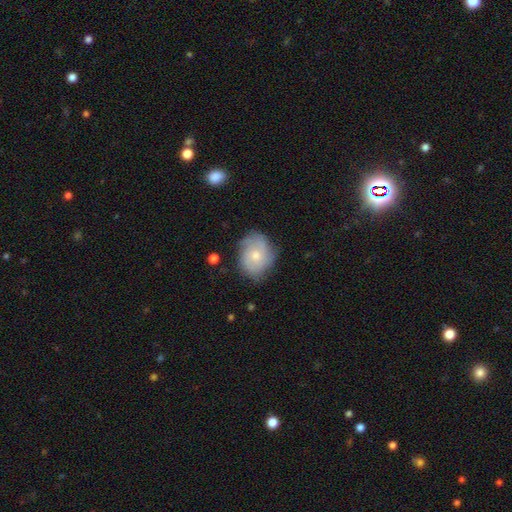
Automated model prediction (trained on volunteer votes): featured or disk 48%, smooth 44%, star or artifact 7%. Down the decision tree: merging — none (66%).